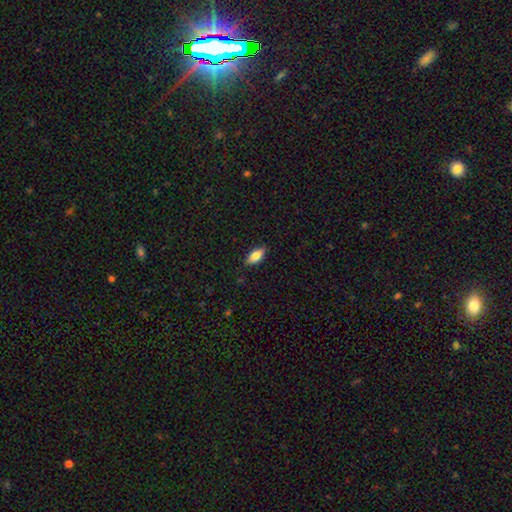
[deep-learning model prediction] Smooth or featured? Predicted: smooth (p=0.73). How rounded? Predicted: in between (p=0.81). Merging? Predicted: none (p=0.84).